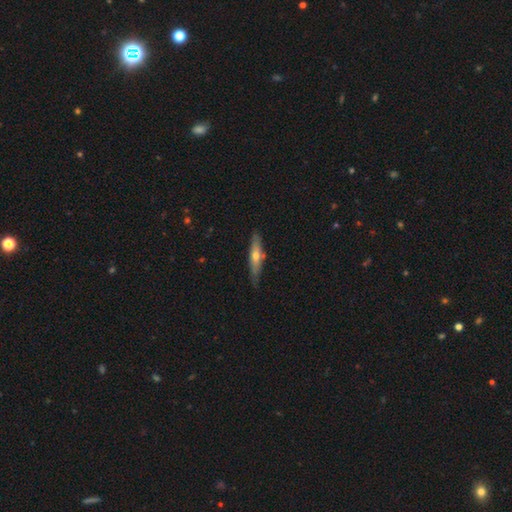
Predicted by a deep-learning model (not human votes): Smooth or featured: featured or disk — 53% (smooth — 40%)
Edge-on disk: yes — 86% (no — 14%)
Merging: none — 81% (minor disturbance — 15%)